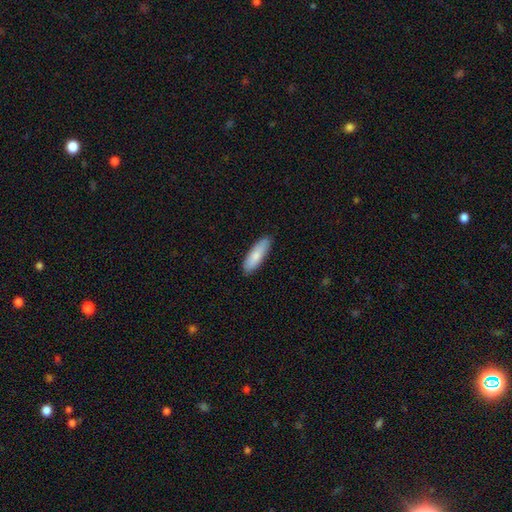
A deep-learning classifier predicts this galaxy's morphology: The model was most divided on "how rounded": cigar-shaped: 52%, in between: 47%, round: 2%. More confident: merging — none (86%); smooth or featured — smooth (82%).